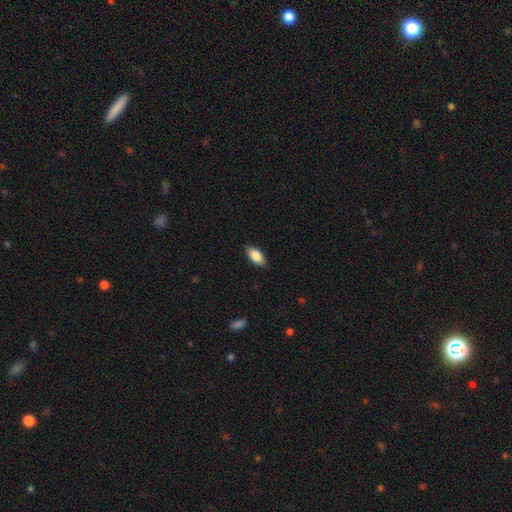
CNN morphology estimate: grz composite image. It shows a smooth galaxy with no disk features (86%) that is in between round and cigar-shaped (90%). Merging: none (88%).